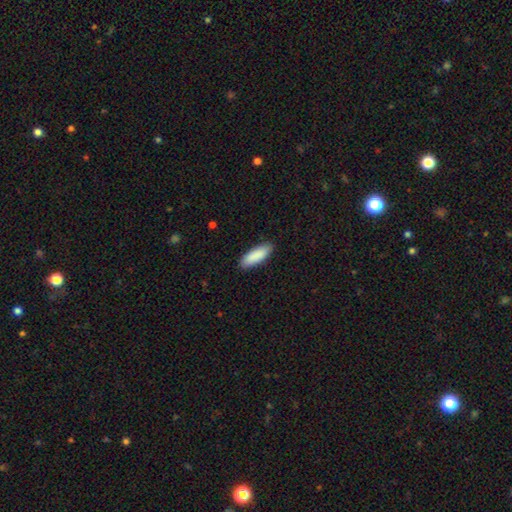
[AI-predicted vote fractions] This is clearly a smooth galaxy (90%). How rounded: likely in between (61%). Merging: clearly none (88%).